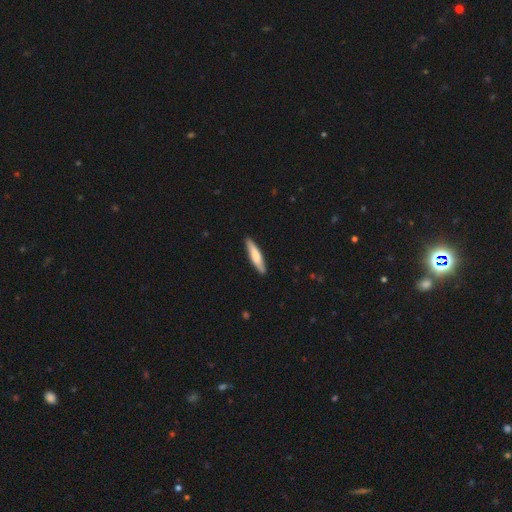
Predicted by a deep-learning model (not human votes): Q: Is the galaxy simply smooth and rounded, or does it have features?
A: smooth — 68%.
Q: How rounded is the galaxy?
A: cigar-shaped — 85%.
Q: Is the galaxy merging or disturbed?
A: none — 88%.